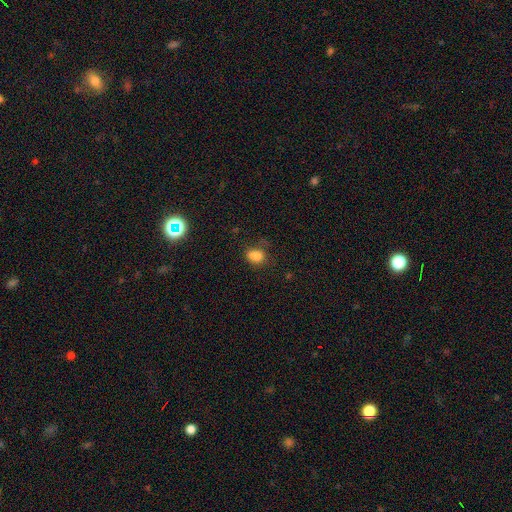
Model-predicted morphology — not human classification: smooth-or-featured: smooth: 78% | star or artifact: 15% | featured or disk: 7%
  how-rounded: in between: 66% | round: 32% | cigar-shaped: 2%
  merging: none: 54% | minor disturbance: 24% | major disturbance: 12% | merger: 10%